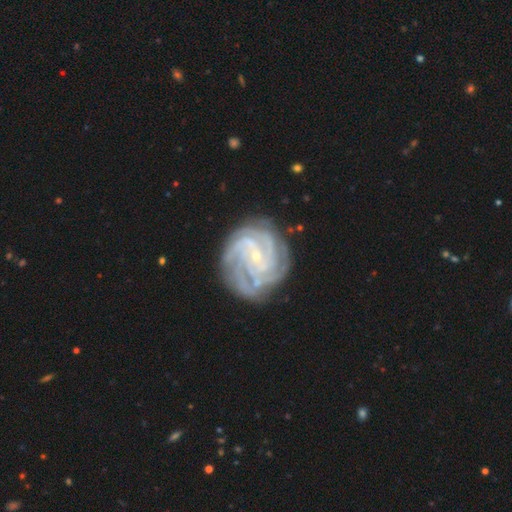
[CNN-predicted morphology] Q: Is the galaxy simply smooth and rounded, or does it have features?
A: featured or disk — 91%.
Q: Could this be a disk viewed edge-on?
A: no — 98%.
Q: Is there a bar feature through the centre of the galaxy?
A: no — 51%.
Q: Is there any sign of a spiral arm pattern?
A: yes — 98%.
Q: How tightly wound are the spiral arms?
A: tight — 73%.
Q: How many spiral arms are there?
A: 4 — 37%.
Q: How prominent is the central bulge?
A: small — 84%.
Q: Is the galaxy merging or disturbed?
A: none — 77%.